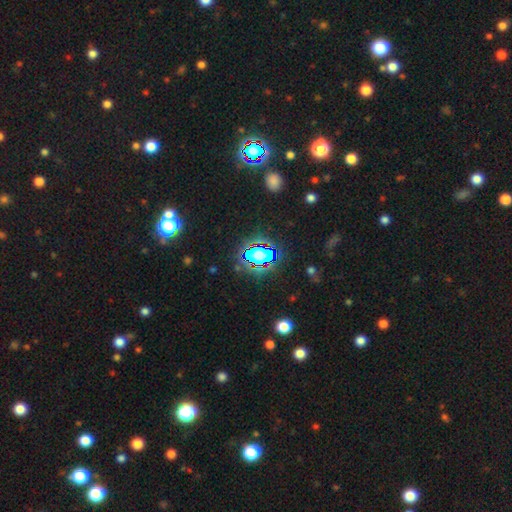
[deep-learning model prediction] Q: Smooth or featured?
A: star or artifact (63%); runner-up: smooth (25%)